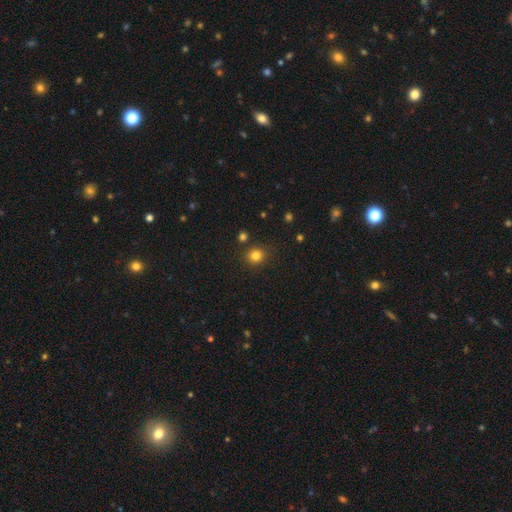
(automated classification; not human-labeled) The model was most divided on "smooth or featured": smooth: 81%, star or artifact: 14%, featured or disk: 5%. More confident: merging — none (86%); how rounded — round (84%).